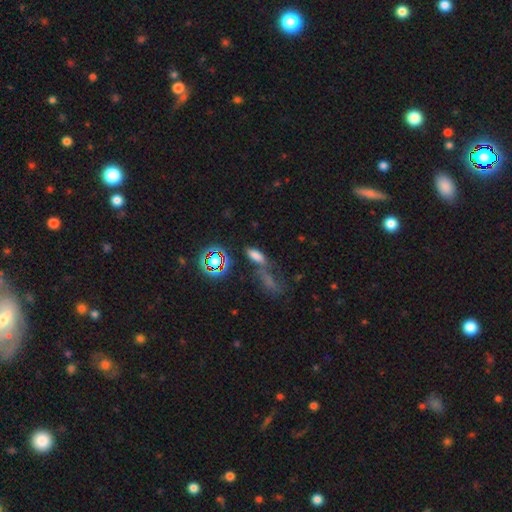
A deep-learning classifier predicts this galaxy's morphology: This appears to be a smooth galaxy with no disk features (64%) that is in between round and cigar-shaped (69%). Merging: none (47%).